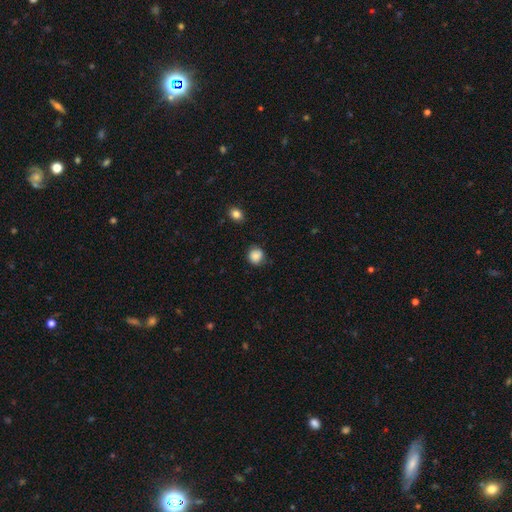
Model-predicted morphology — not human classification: smooth-or-featured: smooth: 85% | star or artifact: 9% | featured or disk: 5%
  how-rounded: round: 87% | in between: 12% | cigar-shaped: 1%
  merging: none: 81% | minor disturbance: 14% | major disturbance: 3% | merger: 2%